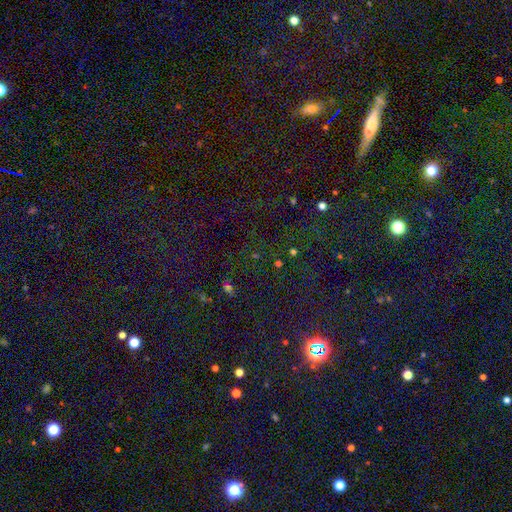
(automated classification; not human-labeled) Overall: star or artifact (71%).